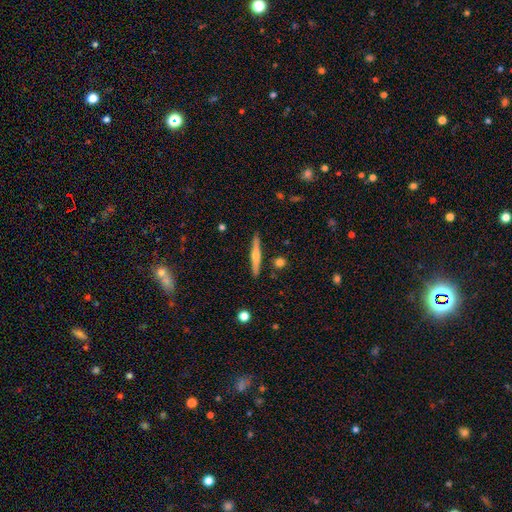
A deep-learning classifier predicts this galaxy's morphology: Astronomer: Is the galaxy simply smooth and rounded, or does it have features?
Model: featured or disk — 58% (runner-up: smooth, 36%).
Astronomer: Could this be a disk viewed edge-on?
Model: yes — 97%.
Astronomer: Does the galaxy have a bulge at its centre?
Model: rounded — 79%.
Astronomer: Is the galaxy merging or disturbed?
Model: none — 89%.